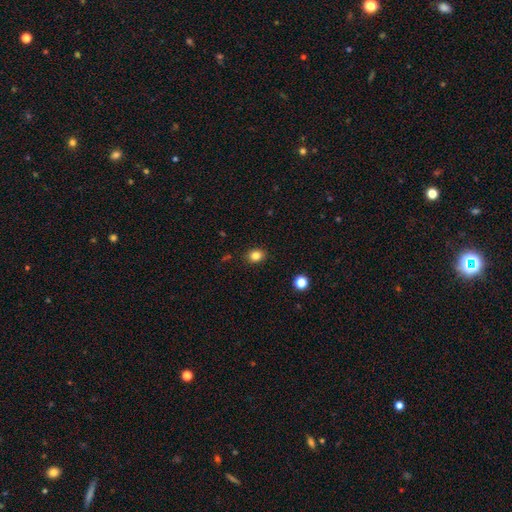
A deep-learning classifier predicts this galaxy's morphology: type=smooth (83%); roundness=round (56%); merging=none (89%).